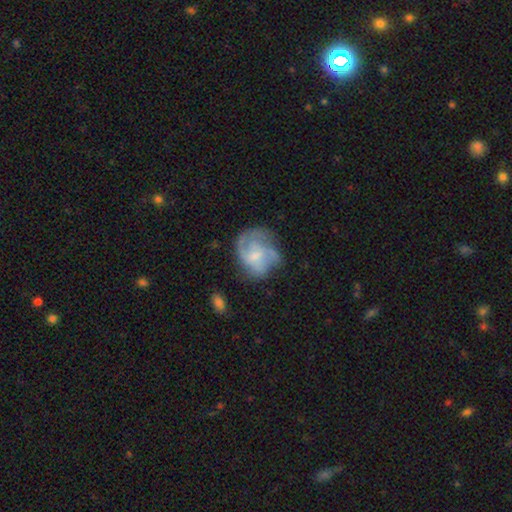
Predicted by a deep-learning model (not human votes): This is likely a featured or disk galaxy (61%). It is clearly not viewed edge-on (98%). Bar: possibly no (56%). Spiral arm pattern: likely yes (69%). Central bulge: marginally small (41%). Merging: marginally none (44%).